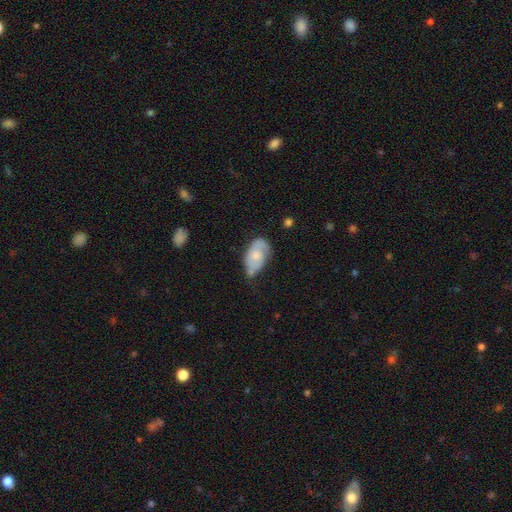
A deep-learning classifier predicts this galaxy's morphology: This appears to be a smooth galaxy with no disk features (49%). Merging: none (44%).